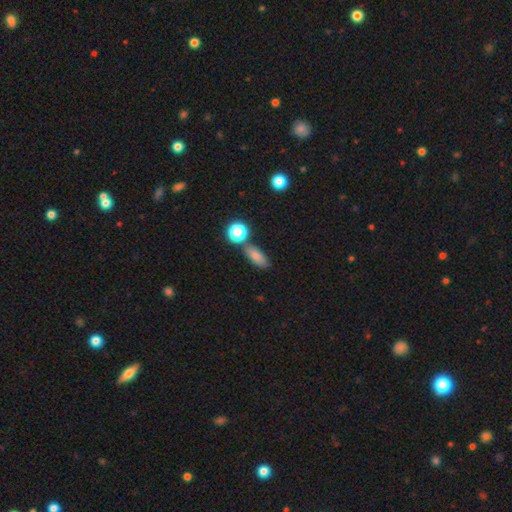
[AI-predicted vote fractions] Smooth or featured? Predicted: smooth (p=0.79). How rounded? Predicted: in between (p=0.74). Merging? Predicted: none (p=0.70).